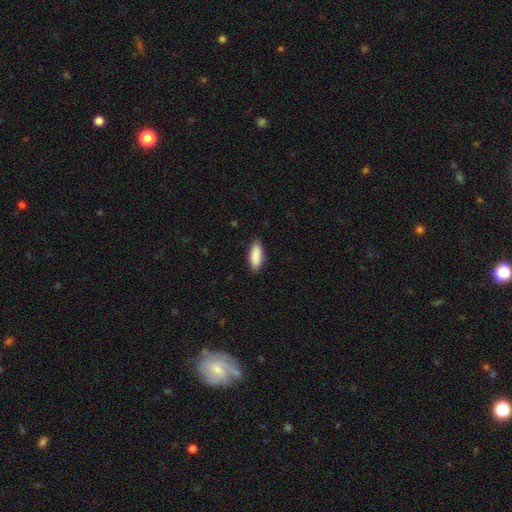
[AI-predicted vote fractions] smooth 90%, star or artifact 6%, featured or disk 4%. Down the decision tree: how rounded — in between (78%); merging — none (86%).